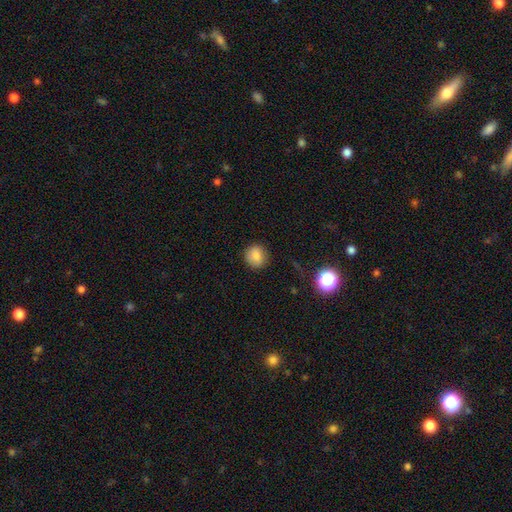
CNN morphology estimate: The model was most divided on "how rounded": round: 85%, in between: 14%, cigar-shaped: 1%. More confident: merging — none (88%); smooth or featured — smooth (82%).